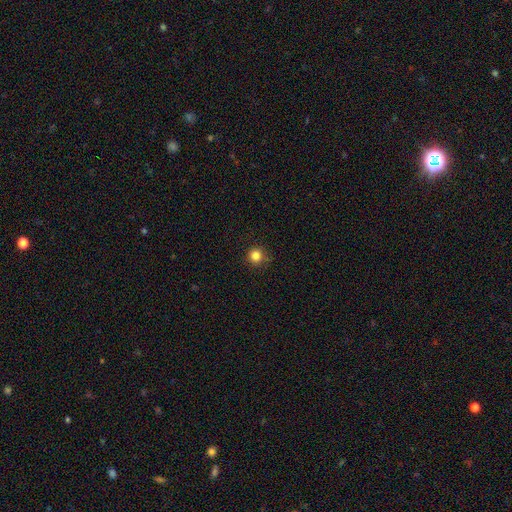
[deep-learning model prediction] Smooth or featured: smooth — 83% (star or artifact — 13%)
How rounded: round — 94% (in between — 5%)
Merging: none — 86% (minor disturbance — 10%)